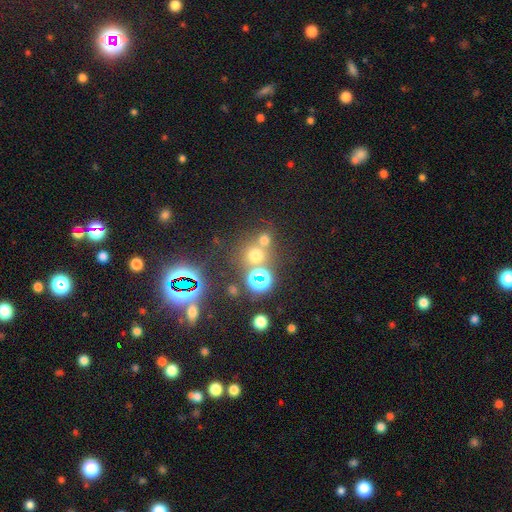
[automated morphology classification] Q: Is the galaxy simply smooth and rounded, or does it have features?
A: smooth — 57%.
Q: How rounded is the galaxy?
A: round — 88%.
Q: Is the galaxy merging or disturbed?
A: none — 62%.